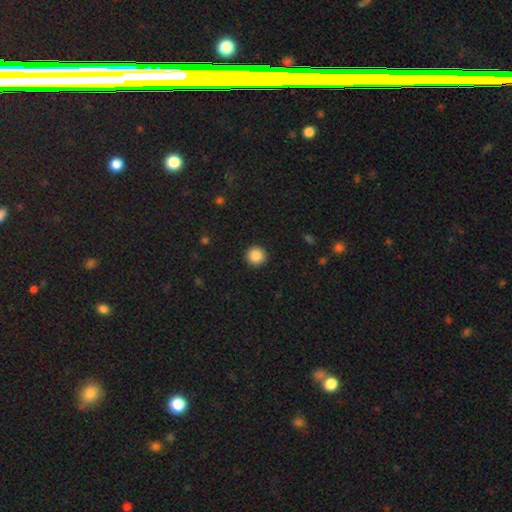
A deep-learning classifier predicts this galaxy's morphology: Smooth or featured?
  - smooth: 88% *
  - star or artifact: 9%
  - featured or disk: 3%
How rounded?
  - round: 95% *
  - in between: 4%
  - cigar-shaped: 1%
Merging?
  - none: 92% *
  - minor disturbance: 5%
  - major disturbance: 2%
  - merger: 1%